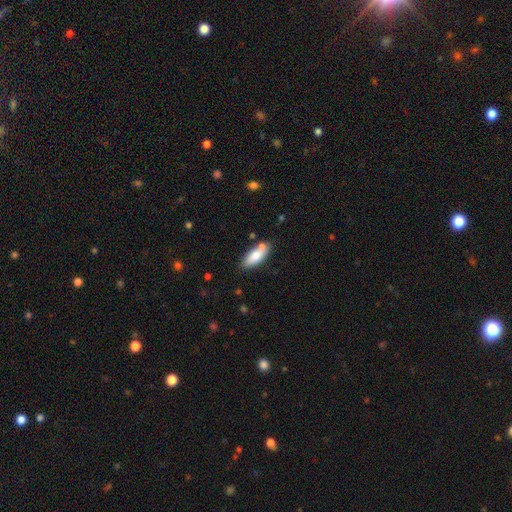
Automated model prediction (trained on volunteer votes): This appears to be a smooth galaxy with no disk features (76%) that is in between round and cigar-shaped (73%). Merging: none (66%).